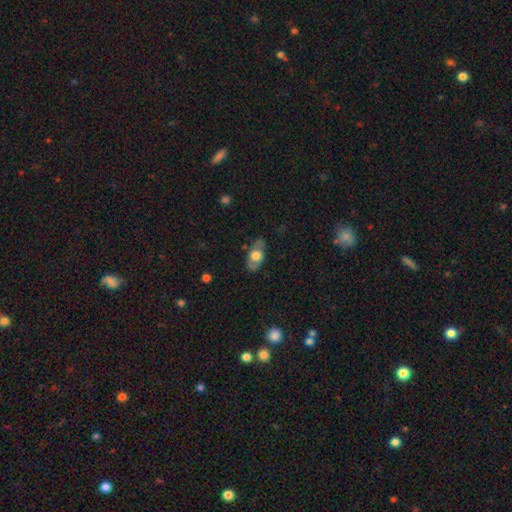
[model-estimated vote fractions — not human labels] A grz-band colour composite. It shows a smooth galaxy with no disk features (56%) that is in between round and cigar-shaped (85%). Merging: none (71%).